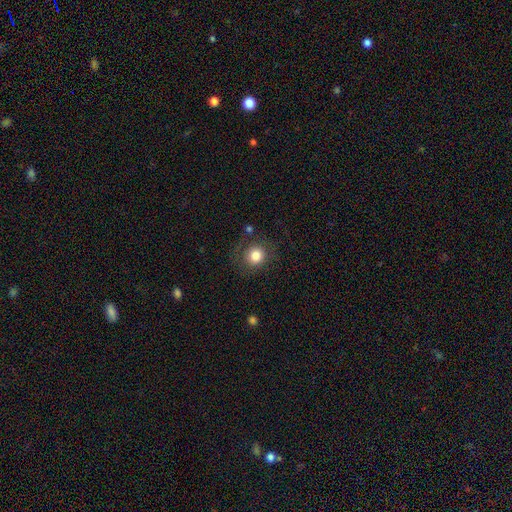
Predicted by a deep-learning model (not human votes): Smooth or featured: smooth — 81% (star or artifact — 10%)
How rounded: round — 86% (in between — 13%)
Merging: none — 77% (minor disturbance — 14%)